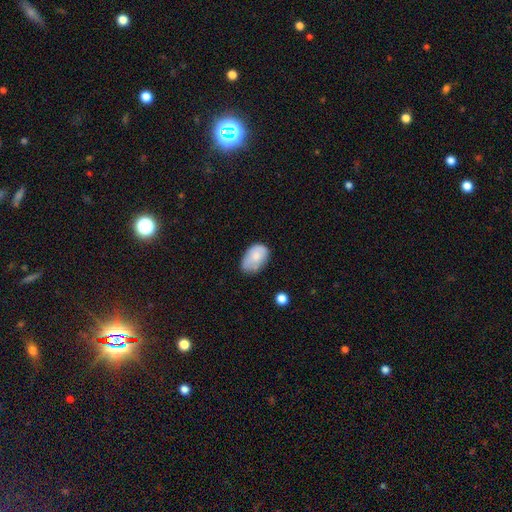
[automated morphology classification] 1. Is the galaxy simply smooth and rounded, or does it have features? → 79% smooth, 13% featured or disk, 7% star or artifact.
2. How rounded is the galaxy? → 89% in between, 10% round, 1% cigar-shaped.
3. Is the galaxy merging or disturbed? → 53% none, 35% minor disturbance, 8% major disturbance, 4% merger.